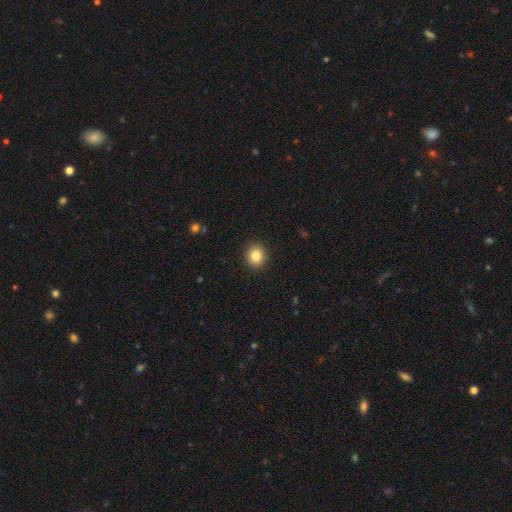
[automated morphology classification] A smooth galaxy with no disk features (86%) that is round (76%). Merging: none (91%).